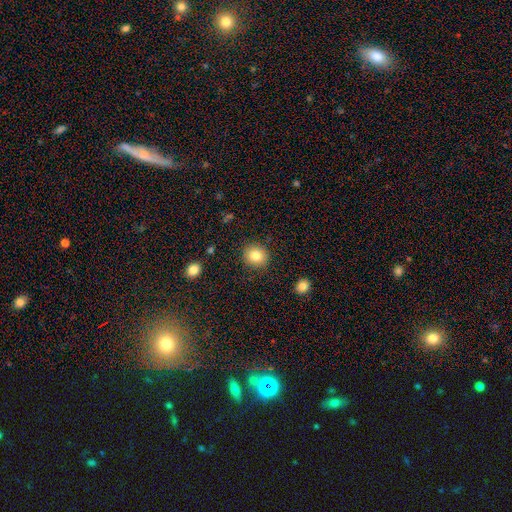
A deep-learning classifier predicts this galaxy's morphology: This appears to be a smooth galaxy with no disk features (82%) that is round (84%). Merging: none (89%).